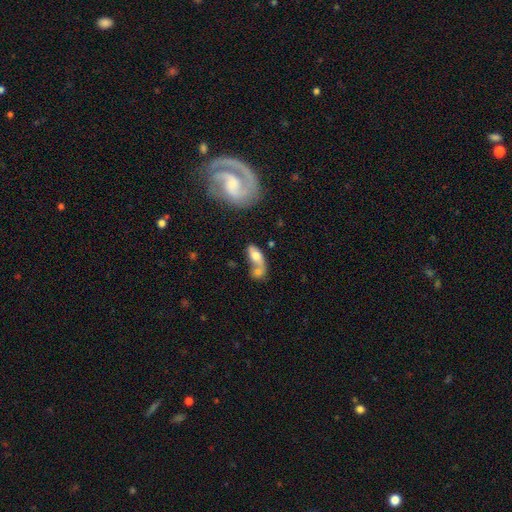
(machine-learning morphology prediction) Smooth or featured: smooth — 60% (featured or disk — 32%)
How rounded: in between — 78% (cigar-shaped — 14%)
Merging: merger — 57% (none — 20%)